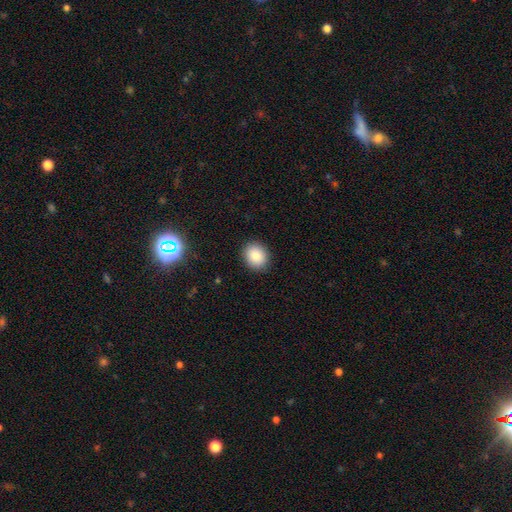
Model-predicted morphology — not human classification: Q: Smooth or featured?
A: smooth (86%); runner-up: star or artifact (9%)
Q: How rounded?
A: round (67%); runner-up: in between (32%)
Q: Merging?
A: none (90%); runner-up: minor disturbance (7%)